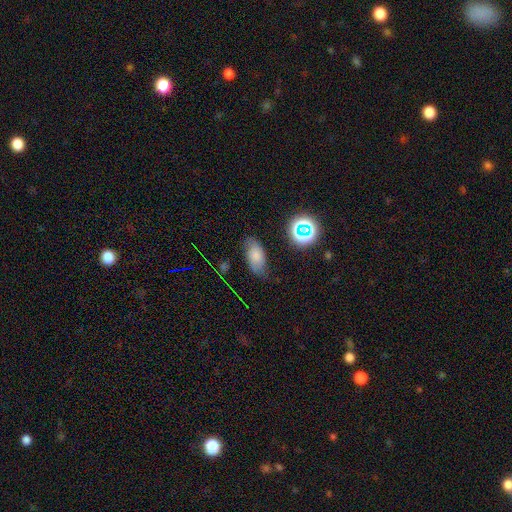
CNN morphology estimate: A smooth galaxy with no disk features (70%) that is in between round and cigar-shaped (90%). Merging: none (71%).